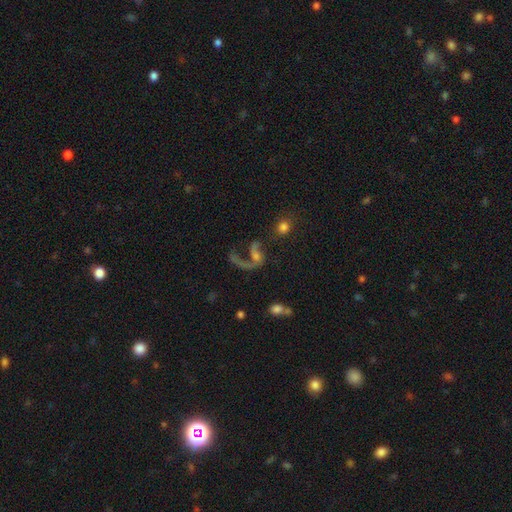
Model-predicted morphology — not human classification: The model was most divided on "merging": major disturbance: 38%, none: 35%, merger: 15%, minor disturbance: 12%. Remaining: edge-on disk — no (95%); spiral arms — yes (80%); smooth or featured — featured or disk (65%); bar — no (59%); bulge size — small (38%).